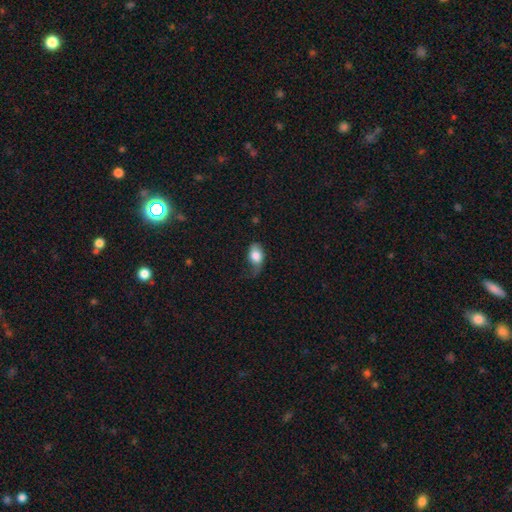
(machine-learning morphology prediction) type=smooth (74%); roundness=in between (80%); merging=minor disturbance (37%, tied with none).